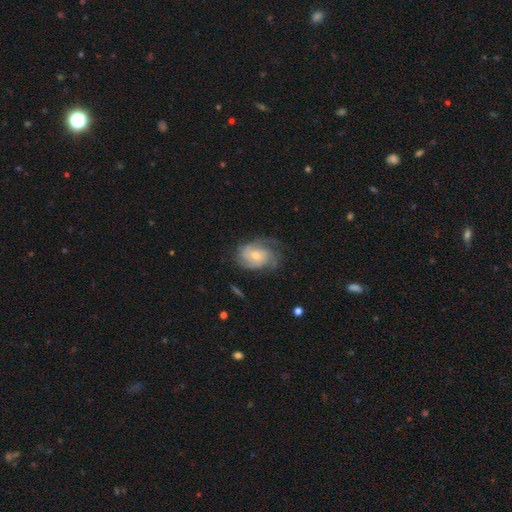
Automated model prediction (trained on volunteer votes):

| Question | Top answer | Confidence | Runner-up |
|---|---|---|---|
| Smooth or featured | featured or disk | 75% | smooth (18%) |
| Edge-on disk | no | 97% | yes (3%) |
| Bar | no | 68% | weak (28%) |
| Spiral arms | yes | 93% | no (7%) |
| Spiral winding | tight | 47% | medium (39%) |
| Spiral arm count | can't tell | 30% | 3 (27%) |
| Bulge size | small | 57% | moderate (38%) |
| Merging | none | 60% | minor disturbance (24%) |